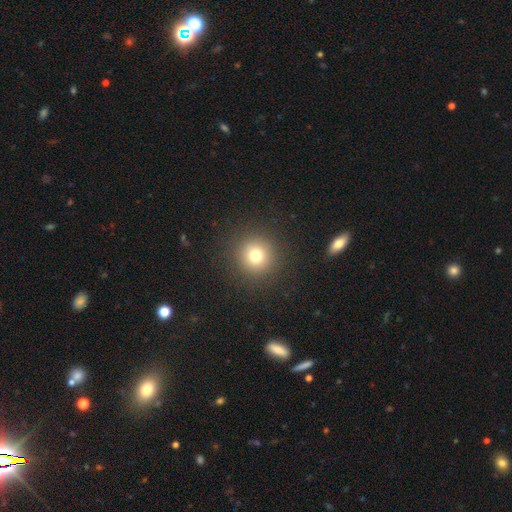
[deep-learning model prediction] The model was most divided on "smooth or featured": smooth: 76%, star or artifact: 15%, featured or disk: 9%. More confident: how rounded — round (94%); merging — none (91%).